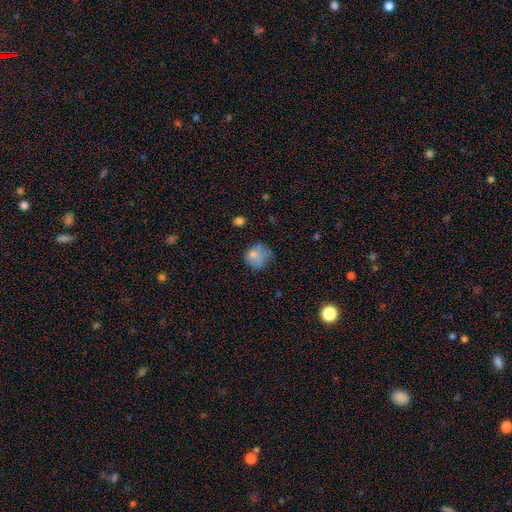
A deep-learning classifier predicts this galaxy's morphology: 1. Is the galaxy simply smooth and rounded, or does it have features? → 77% smooth, 12% featured or disk, 11% star or artifact.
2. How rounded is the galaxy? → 76% round, 23% in between, 1% cigar-shaped.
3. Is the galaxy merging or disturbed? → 55% none, 27% minor disturbance, 13% major disturbance, 5% merger.